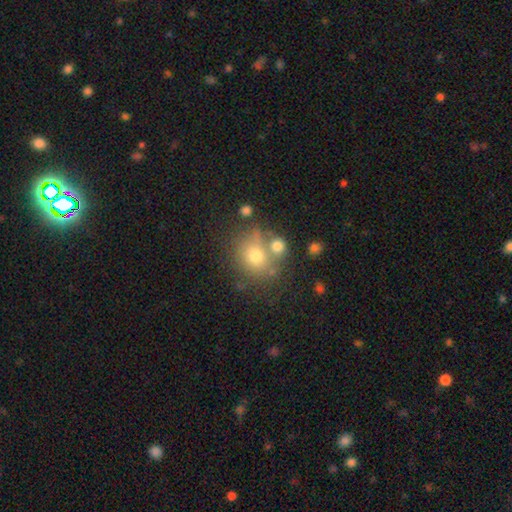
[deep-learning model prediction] A smooth galaxy with no disk features (70%) that is round (78%). Merging: none (57%).